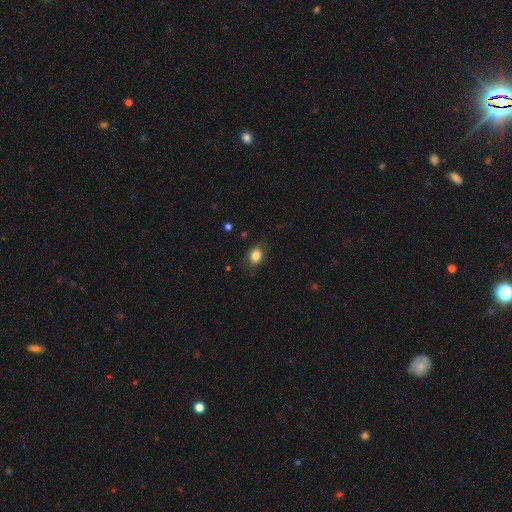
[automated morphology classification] This is clearly a smooth galaxy (83%). How rounded: possibly in between (56%). Merging: likely none (80%).